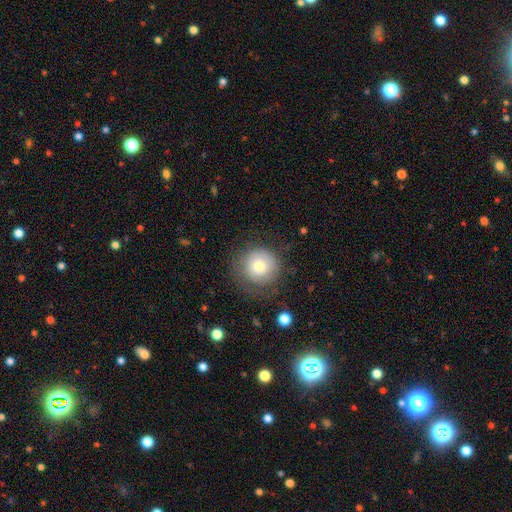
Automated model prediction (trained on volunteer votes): smooth_or_featured: smooth (p=0.58) [alt: featured or disk p=0.26]
how_rounded: round (p=0.94) [alt: in between p=0.05]
merging: none (p=0.76) [alt: minor disturbance p=0.14]